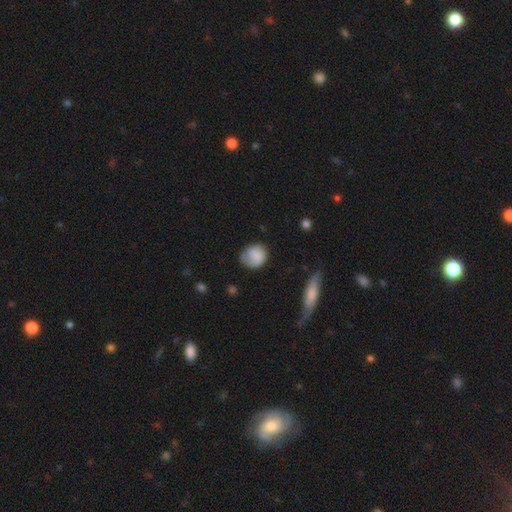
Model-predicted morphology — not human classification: Smooth or featured? smooth (76%)
How rounded? round (70%)
Merging? none (55%)